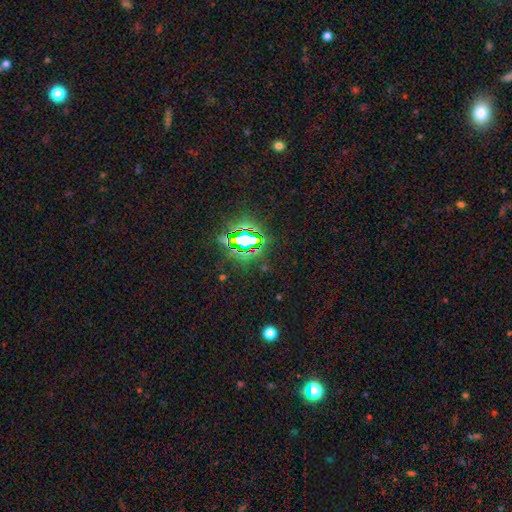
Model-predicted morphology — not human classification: Smooth or featured?
  - star or artifact: 80% *
  - smooth: 12%
  - featured or disk: 8%